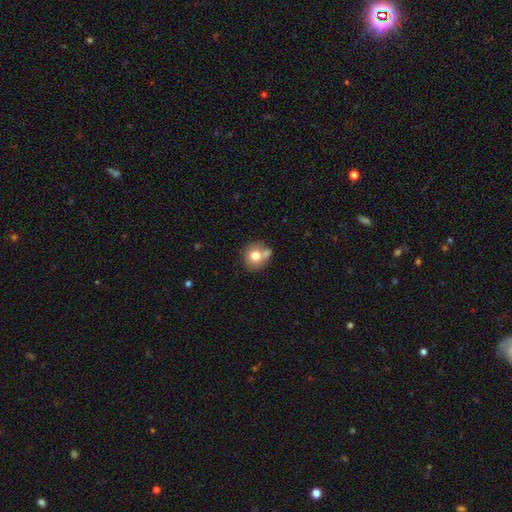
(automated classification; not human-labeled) A smooth galaxy with no disk features (74%) that is round (82%). Merging: none (51%).